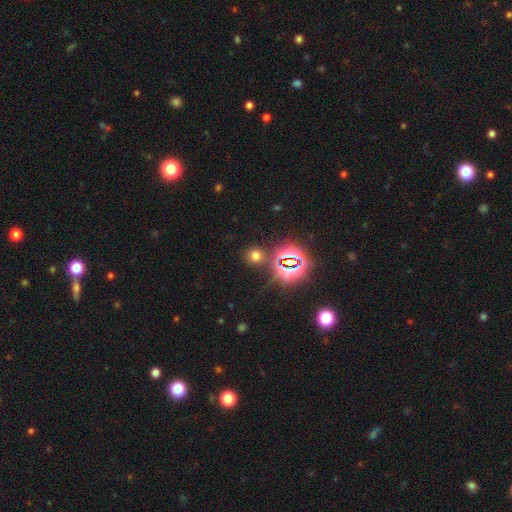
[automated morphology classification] Smooth or featured?
  - smooth: 60% *
  - star or artifact: 34%
  - featured or disk: 7%
How rounded?
  - round: 84% *
  - in between: 14%
  - cigar-shaped: 1%
Merging?
  - none: 83% *
  - minor disturbance: 8%
  - merger: 5%
  - major disturbance: 4%